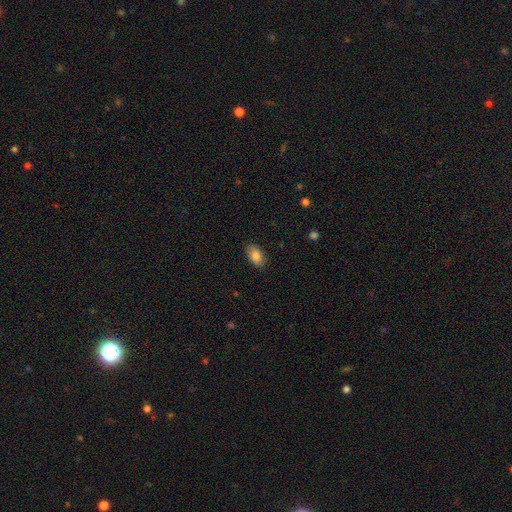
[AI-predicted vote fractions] Q: Smooth or featured?
A: smooth (86%); runner-up: star or artifact (7%)
Q: How rounded?
A: in between (92%); runner-up: round (6%)
Q: Merging?
A: none (85%); runner-up: minor disturbance (11%)